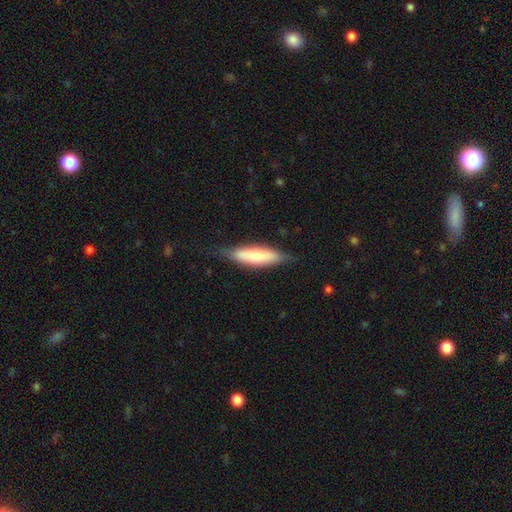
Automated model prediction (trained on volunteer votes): A smooth galaxy with no disk features (67%) that is cigar-shaped (67%).

Vote fractions:
- Smooth or featured? smooth: 67% / featured or disk: 28% / star or artifact: 6%
- How rounded? cigar-shaped: 67% / in between: 31% / round: 2%
- Merging? none: 75% / minor disturbance: 20% / major disturbance: 4% / merger: 1%